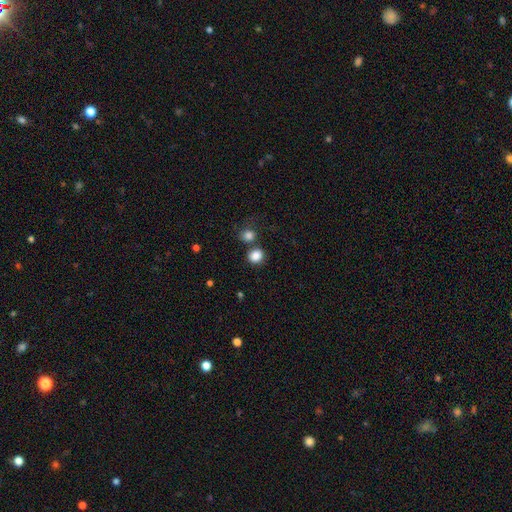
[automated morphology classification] Smooth or featured? smooth (85%)
How rounded? round (77%)
Merging? none (70%)